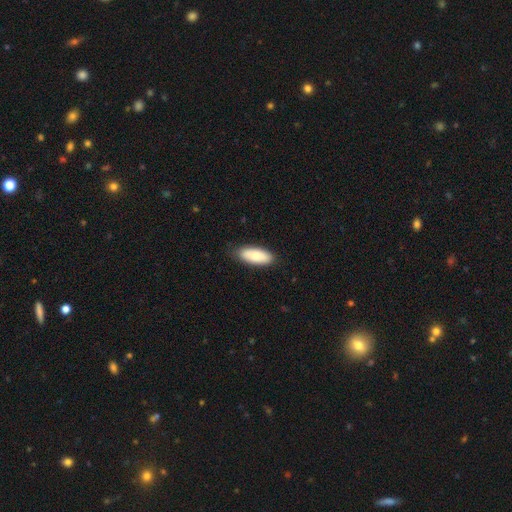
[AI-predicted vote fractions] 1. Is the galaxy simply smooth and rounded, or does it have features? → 83% smooth, 12% featured or disk, 6% star or artifact.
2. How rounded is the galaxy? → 80% in between, 18% cigar-shaped, 2% round.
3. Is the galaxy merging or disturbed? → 84% none, 13% minor disturbance, 2% major disturbance, 1% merger.